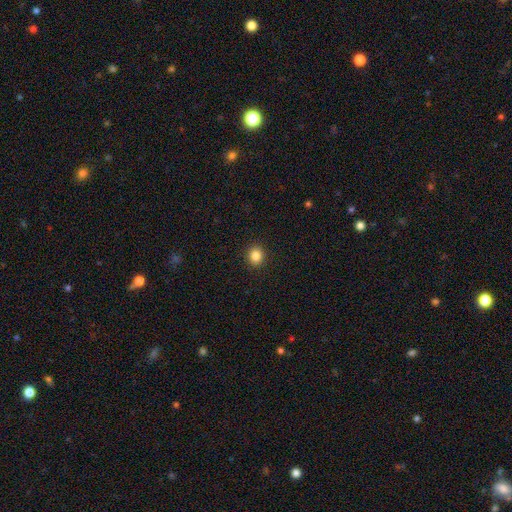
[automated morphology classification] Smooth or featured? Predicted: smooth (p=0.85). How rounded? Predicted: round (p=0.81). Merging? Predicted: none (p=0.92).